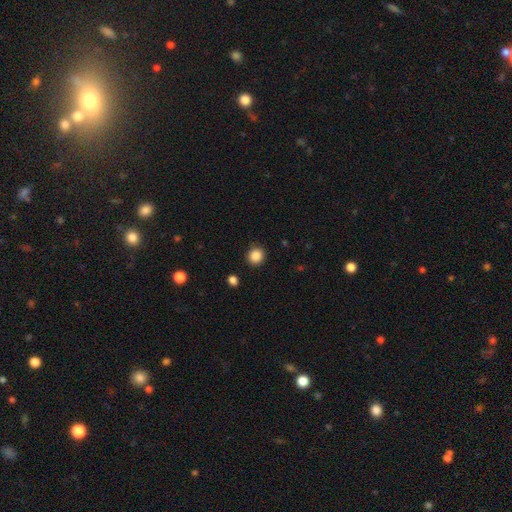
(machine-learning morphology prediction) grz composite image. It shows a smooth galaxy with no disk features (87%) that is round (92%). Merging: none (90%).